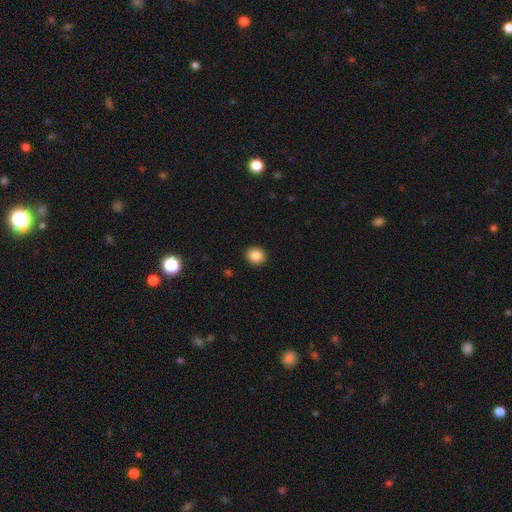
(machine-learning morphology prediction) smooth-or-featured: smooth: 86% | star or artifact: 10% | featured or disk: 4%
  how-rounded: round: 84% | in between: 15% | cigar-shaped: 1%
  merging: none: 92% | minor disturbance: 5% | major disturbance: 2% | merger: 1%